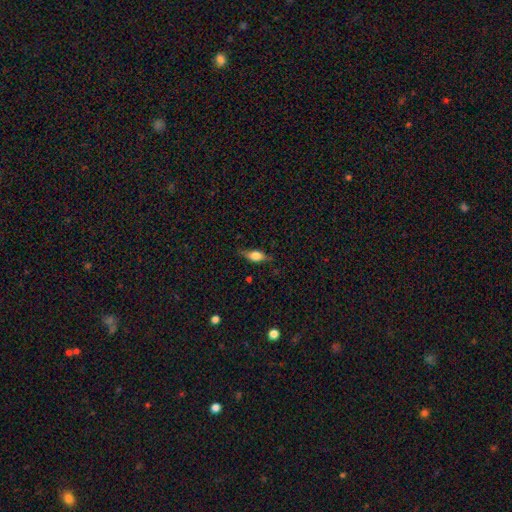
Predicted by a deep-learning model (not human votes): This is possibly a smooth galaxy (58%). How rounded: likely in between (71%). Merging: likely none (74%).